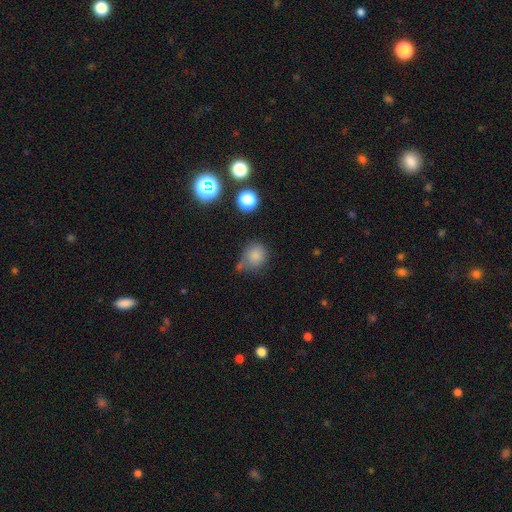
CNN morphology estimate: Smooth or featured?
  - smooth: 80% *
  - star or artifact: 13%
  - featured or disk: 7%
How rounded?
  - round: 77% *
  - in between: 22%
  - cigar-shaped: 1%
Merging?
  - none: 50% *
  - minor disturbance: 28%
  - merger: 12%
  - major disturbance: 9%